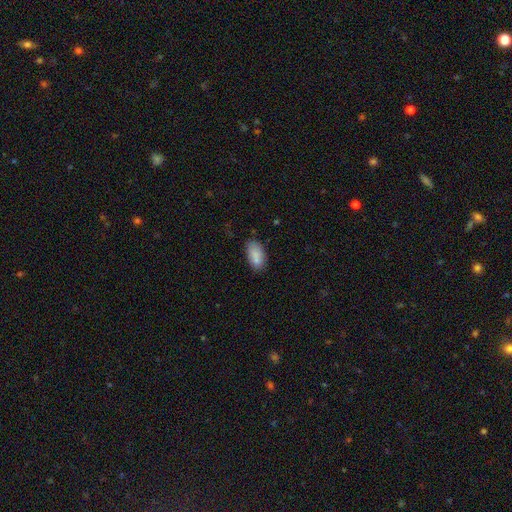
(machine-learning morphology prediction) A smooth galaxy with no disk features (83%) that is in between round and cigar-shaped (92%). Merging: none (66%).